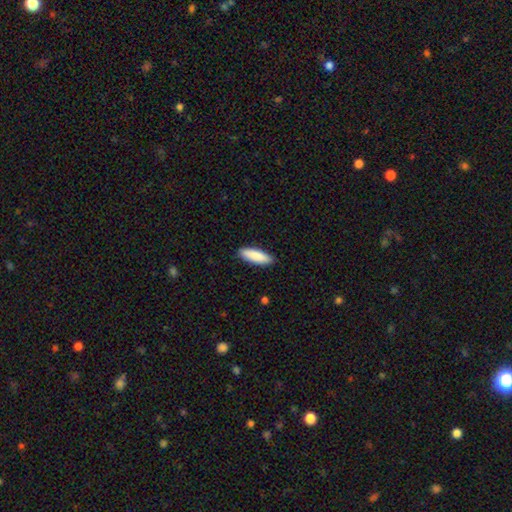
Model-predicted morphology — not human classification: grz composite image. It shows a smooth galaxy with no disk features (88%) that is in between round and cigar-shaped (50%). Merging: none (90%).